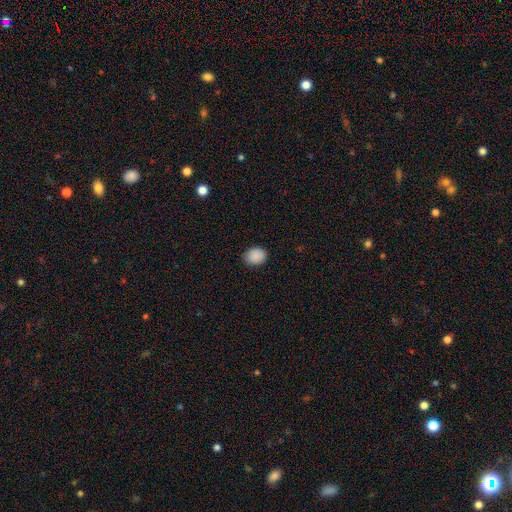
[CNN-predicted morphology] The model was most divided on "how rounded": round: 54%, in between: 46%, cigar-shaped: 1%. More confident: smooth or featured — smooth (89%); merging — none (87%).